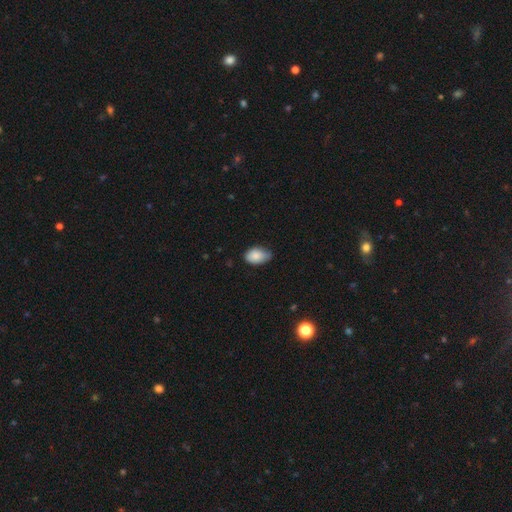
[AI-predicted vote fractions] This appears to be a smooth galaxy with no disk features (85%) that is in between round and cigar-shaped (89%). Merging: none (53%).